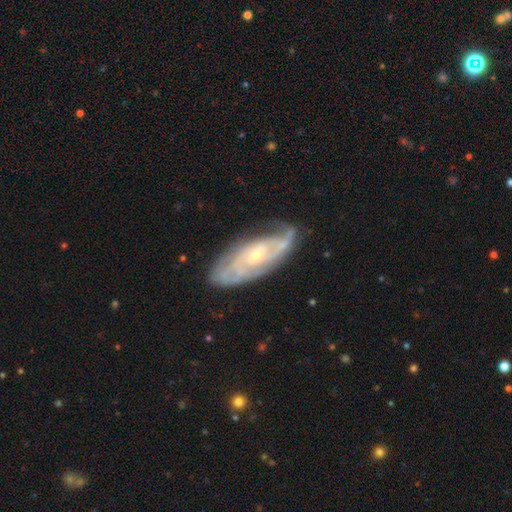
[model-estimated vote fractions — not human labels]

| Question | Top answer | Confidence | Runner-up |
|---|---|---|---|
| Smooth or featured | featured or disk | 80% | smooth (14%) |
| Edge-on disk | no | 88% | yes (12%) |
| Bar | no | 62% | weak (31%) |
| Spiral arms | yes | 92% | no (8%) |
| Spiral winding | tight | 63% | medium (29%) |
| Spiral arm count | can't tell | 41% | 2 (28%) |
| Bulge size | small | 56% | moderate (38%) |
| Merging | none | 73% | minor disturbance (20%) |